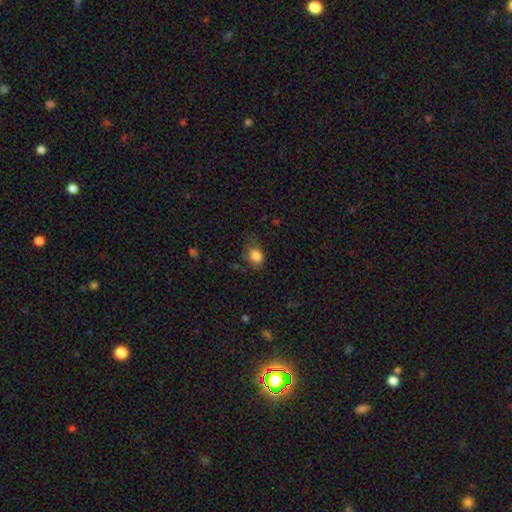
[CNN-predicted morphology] Overall: smooth (83%). How rounded: round (50%; in between 49%). Merging: none (57%; minor disturbance 29%).